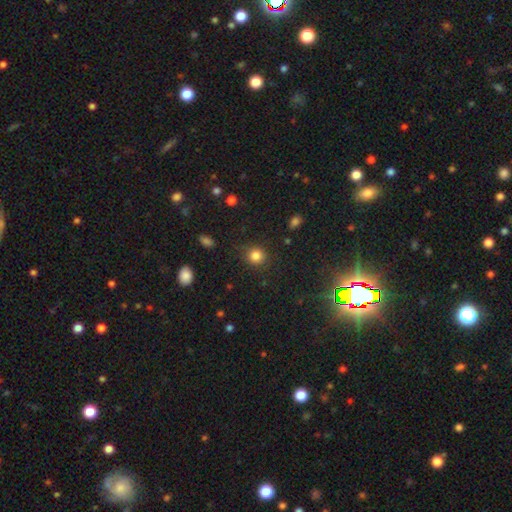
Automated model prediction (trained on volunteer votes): A smooth galaxy with no disk features (83%) that is round (88%). Merging: none (86%).